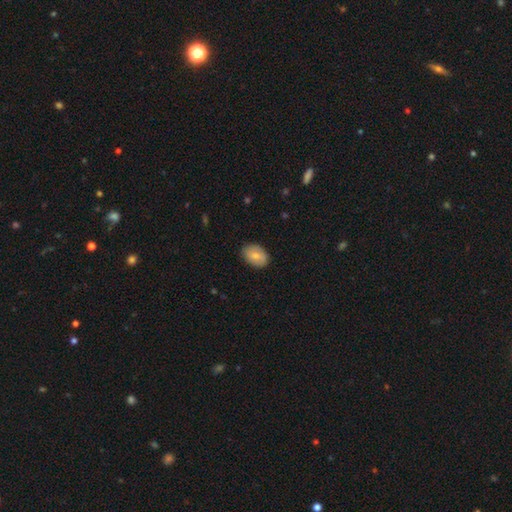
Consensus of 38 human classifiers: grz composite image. It shows a smooth galaxy with no disk features (79%) that is in between round and cigar-shaped (83%). Merging: none (95%).